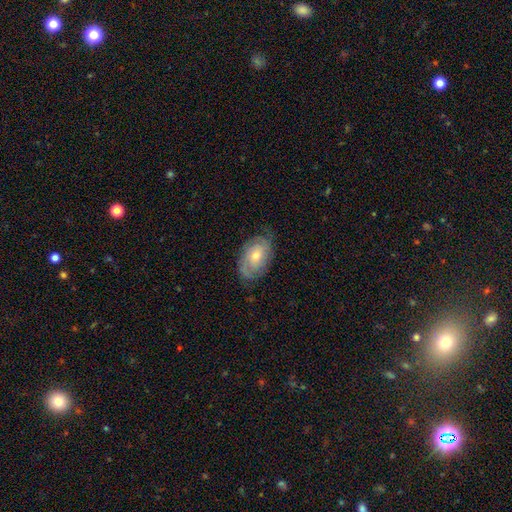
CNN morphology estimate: smooth-or-featured: featured or disk: 65% | smooth: 28% | star or artifact: 7%
  disk-edge-on: no: 94% | yes: 6%
    bar: no: 73% | weak: 23% | strong: 4%
    has-spiral-arms: yes: 86% | no: 14%
      spiral-winding: tight: 58% | medium: 31% | loose: 10%
      spiral-arm-count: 2: 46% | can't tell: 35% | 3: 9% | 1: 5% | 4: 3% | more than 4: 3%
    bulge-size: moderate: 56% | small: 38% | large: 3% | none: 2% | dominant: 1%
  merging: none: 73% | minor disturbance: 20% | major disturbance: 6% | merger: 1%